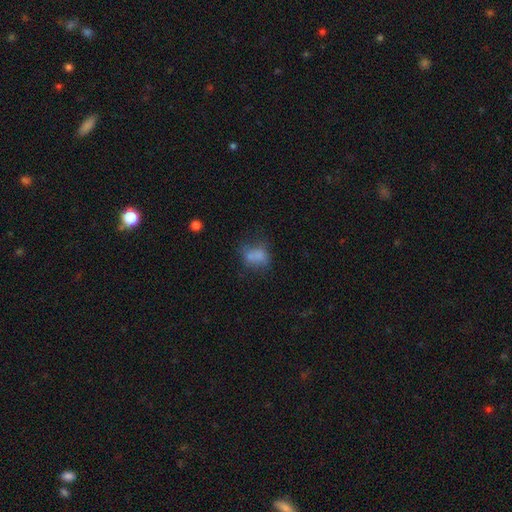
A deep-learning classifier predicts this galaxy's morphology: The model was most divided on "merging": none: 41%, minor disturbance: 25%, major disturbance: 21%, merger: 12%. More confident: how rounded — in between (71%); smooth or featured — smooth (68%).